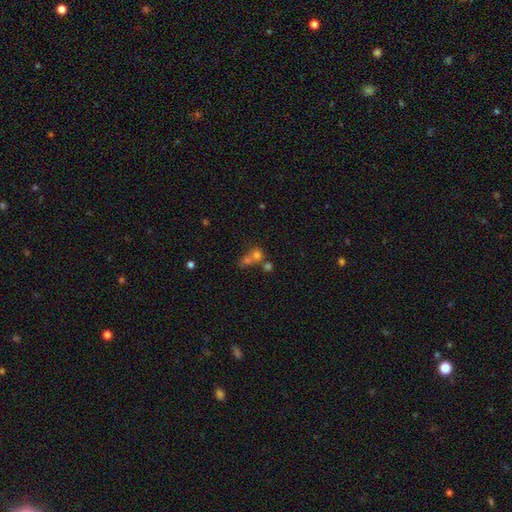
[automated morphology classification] Overall: smooth (56%; star or artifact 25%). How rounded: round (75%). Merging: merger (53%; none 34%).